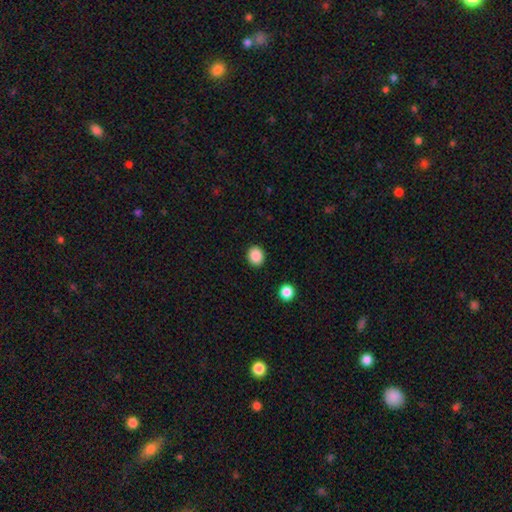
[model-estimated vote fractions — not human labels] Smooth or featured? smooth (88%)
How rounded? round (67%)
Merging? none (91%)